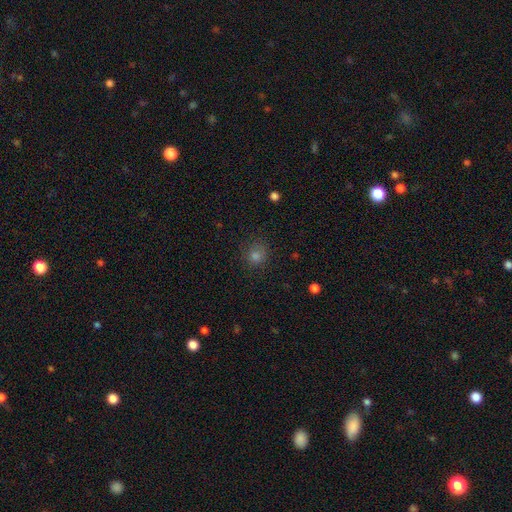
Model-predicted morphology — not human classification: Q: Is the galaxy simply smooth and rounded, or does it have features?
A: smooth — 77%.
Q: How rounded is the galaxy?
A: round — 84%.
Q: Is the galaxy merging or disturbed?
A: none — 81%.